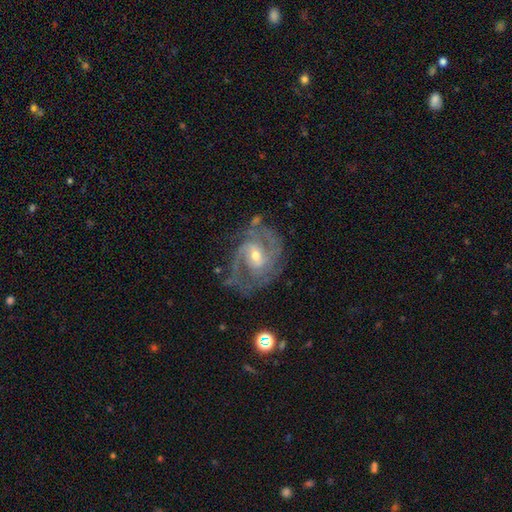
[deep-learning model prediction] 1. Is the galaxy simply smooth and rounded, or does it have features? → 89% featured or disk, 6% star or artifact, 5% smooth.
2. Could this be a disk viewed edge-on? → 97% no, 3% yes.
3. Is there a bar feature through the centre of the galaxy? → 49% weak, 35% no, 17% strong.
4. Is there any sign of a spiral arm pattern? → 97% yes, 3% no.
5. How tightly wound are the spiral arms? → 46% medium, 43% tight, 11% loose.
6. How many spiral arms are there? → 49% 2, 22% 3, 16% can't tell, 5% 4, 4% 1, 4% more than 4.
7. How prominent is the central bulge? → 49% moderate, 47% small, 2% large, 1% none, 1% dominant.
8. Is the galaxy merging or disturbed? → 65% none, 20% minor disturbance, 12% major disturbance, 3% merger.